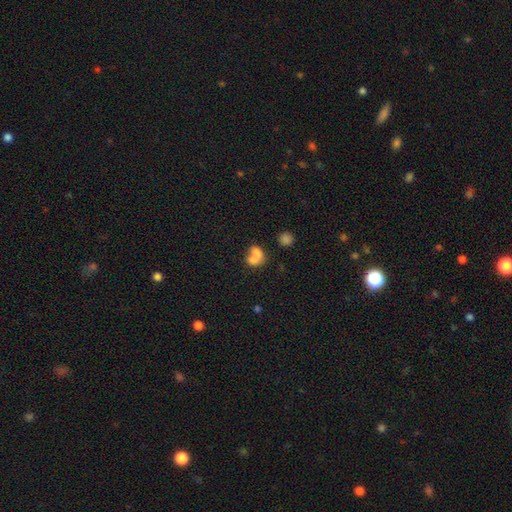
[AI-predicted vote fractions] smooth-or-featured: smooth: 72% | featured or disk: 17% | star or artifact: 11%
  how-rounded: in between: 59% | round: 40% | cigar-shaped: 1%
  merging: merger: 64% | none: 22% | minor disturbance: 8% | major disturbance: 6%